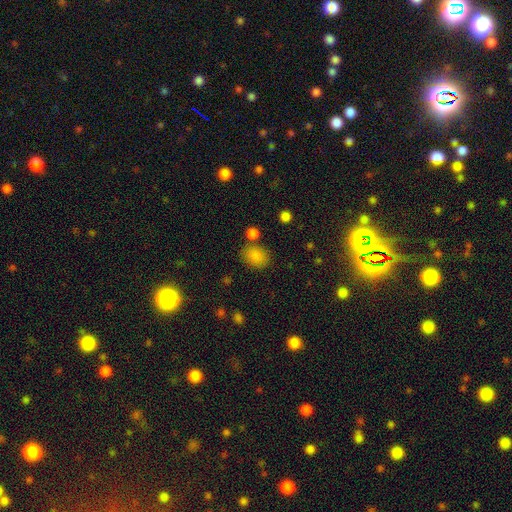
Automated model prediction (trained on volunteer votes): smooth_or_featured: smooth (p=0.84) [alt: star or artifact p=0.11]
how_rounded: in between (p=0.57) [alt: round p=0.42]
merging: none (p=0.74) [alt: minor disturbance p=0.13]